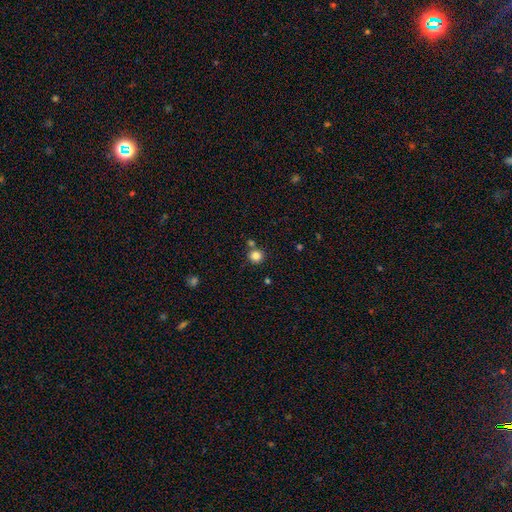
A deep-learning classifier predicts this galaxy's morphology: A smooth galaxy with no disk features (84%) that is round (90%).

Vote fractions:
- Smooth or featured? smooth: 84% / star or artifact: 11% / featured or disk: 5%
- How rounded? round: 90% / in between: 9% / cigar-shaped: 1%
- Merging? none: 75% / merger: 13% / minor disturbance: 8% / major disturbance: 3%